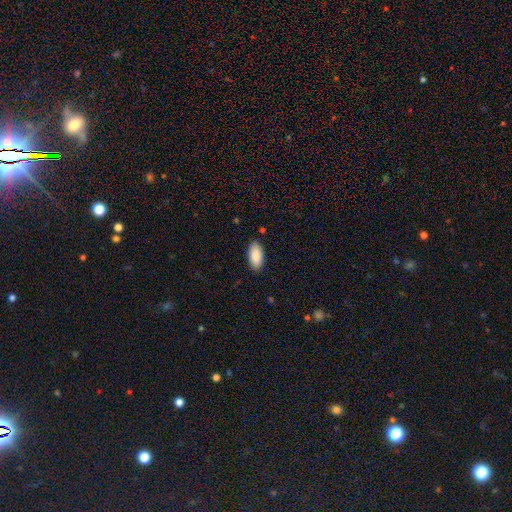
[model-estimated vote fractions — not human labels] smooth_or_featured: smooth (p=0.89) [alt: star or artifact p=0.06]
how_rounded: in between (p=0.92) [alt: cigar-shaped p=0.06]
merging: none (p=0.87) [alt: minor disturbance p=0.10]